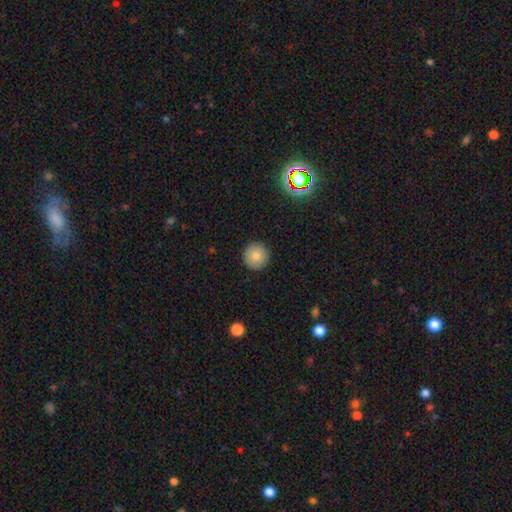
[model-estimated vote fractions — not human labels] The model was most divided on "smooth or featured": smooth: 82%, featured or disk: 9%, star or artifact: 9%. More confident: how rounded — round (96%); merging — none (93%).